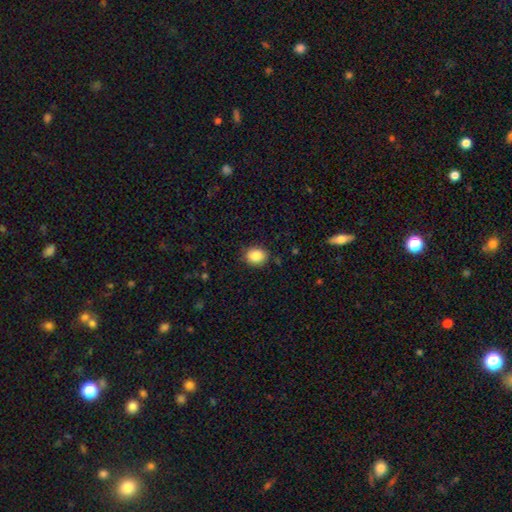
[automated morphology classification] The model was most divided on "how rounded": round: 60%, in between: 39%, cigar-shaped: 1%. More confident: smooth or featured — smooth (86%); merging — none (86%).